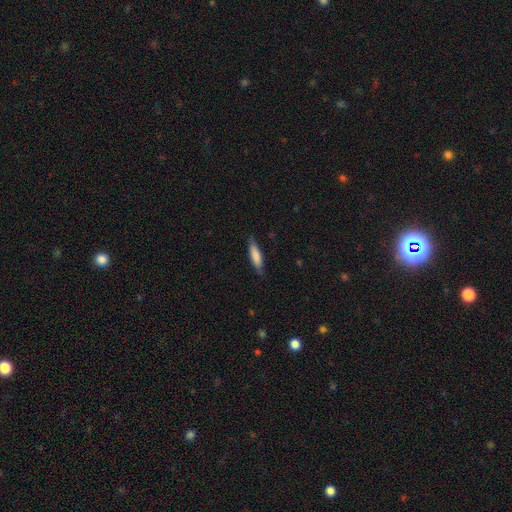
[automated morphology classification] A smooth galaxy with no disk features (77%) that is cigar-shaped (72%).

Vote fractions:
- Smooth or featured? smooth: 77% / featured or disk: 17% / star or artifact: 6%
- How rounded? cigar-shaped: 72% / in between: 26% / round: 1%
- Merging? none: 81% / minor disturbance: 15% / major disturbance: 3% / merger: 1%